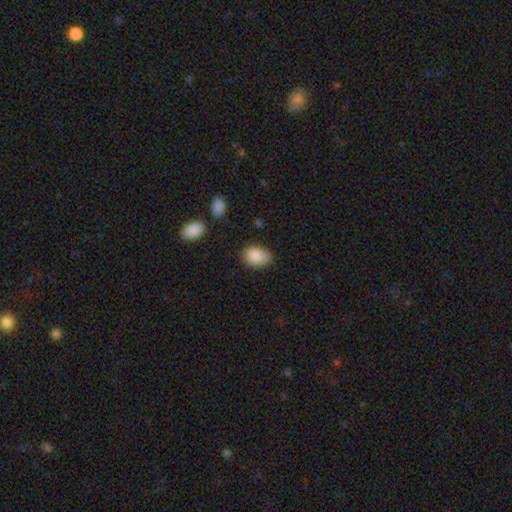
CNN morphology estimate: Smooth or featured: smooth — 88% (star or artifact — 7%)
How rounded: in between — 83% (round — 16%)
Merging: none — 73% (minor disturbance — 21%)